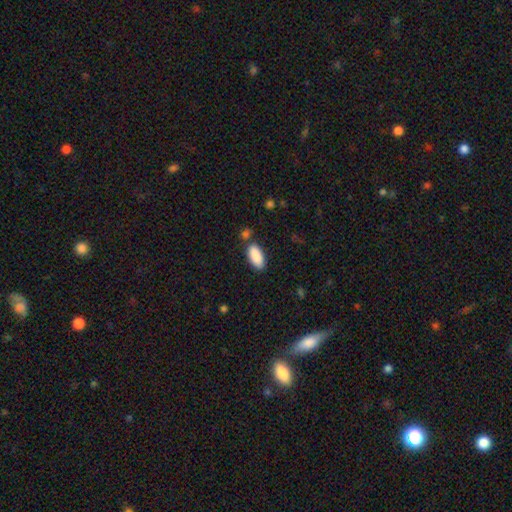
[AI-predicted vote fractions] Smooth or featured: smooth — 90% (star or artifact — 6%)
How rounded: in between — 89% (cigar-shaped — 10%)
Merging: none — 79% (minor disturbance — 12%)